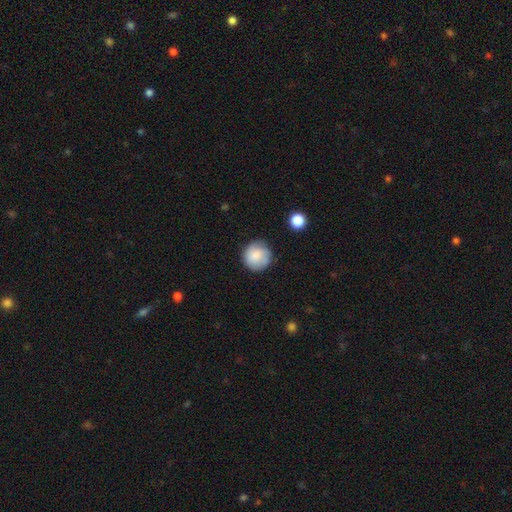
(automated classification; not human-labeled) Morphology: type=smooth (80%); roundness=round (94%); merging=none (80%).